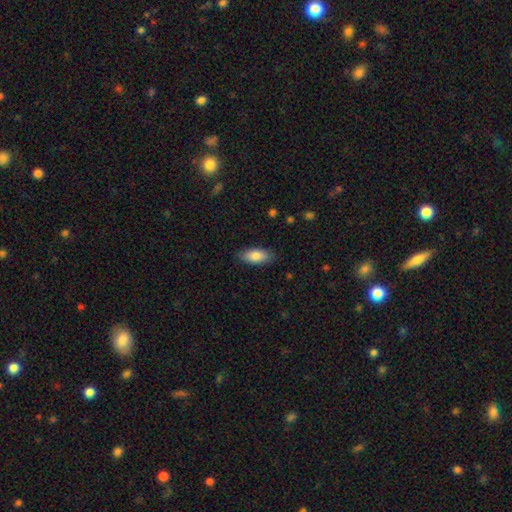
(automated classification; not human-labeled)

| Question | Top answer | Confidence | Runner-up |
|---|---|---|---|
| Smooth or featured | smooth | 84% | featured or disk (10%) |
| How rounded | in between | 87% | cigar-shaped (11%) |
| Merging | none | 85% | minor disturbance (12%) |